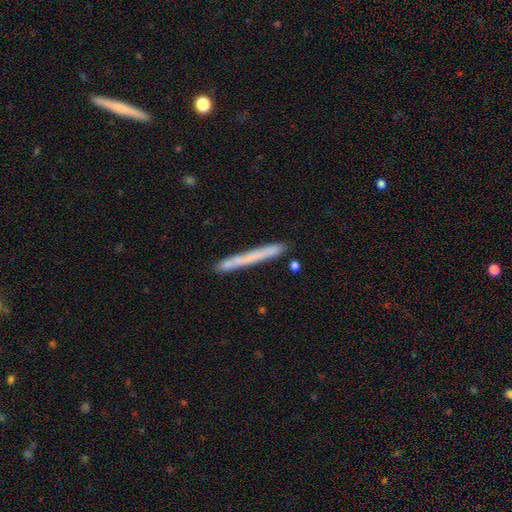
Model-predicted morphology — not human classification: type=smooth (59%); roundness=cigar-shaped (97%); merging=none (86%).